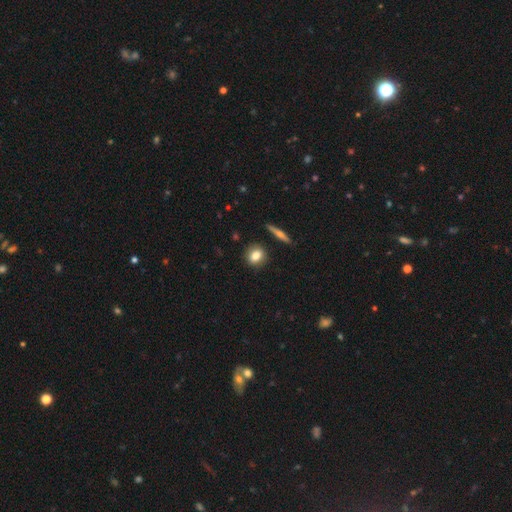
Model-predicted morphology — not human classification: smooth-or-featured: smooth: 81% | featured or disk: 10% | star or artifact: 8%
  how-rounded: round: 64% | in between: 32% | cigar-shaped: 4%
  merging: none: 87% | minor disturbance: 9% | merger: 2% | major disturbance: 2%